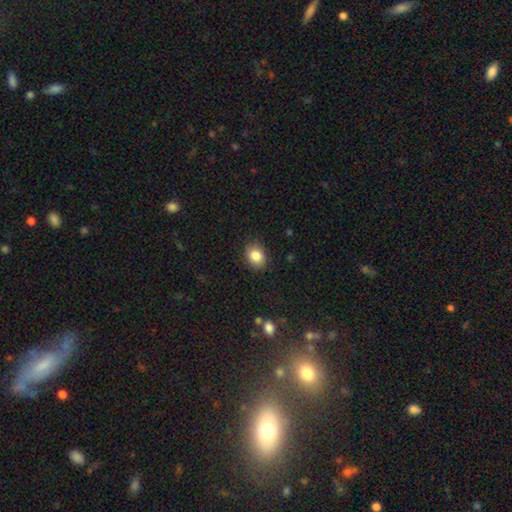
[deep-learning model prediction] smooth 85%, star or artifact 9%, featured or disk 6%. Down the decision tree: how rounded — in between (52%); merging — none (86%).